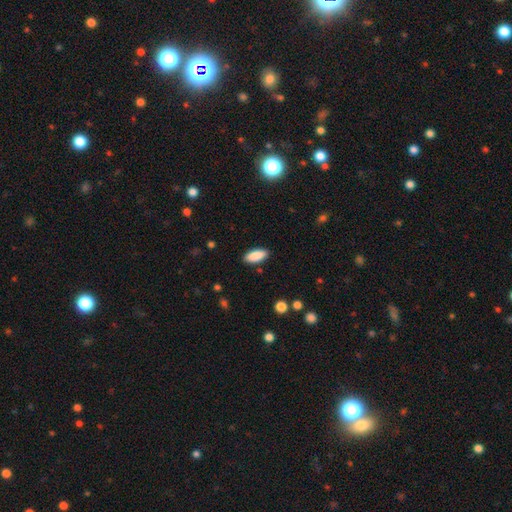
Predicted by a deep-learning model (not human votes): Smooth or featured? Predicted: smooth (p=0.88). How rounded? Predicted: in between (p=0.82). Merging? Predicted: none (p=0.88).